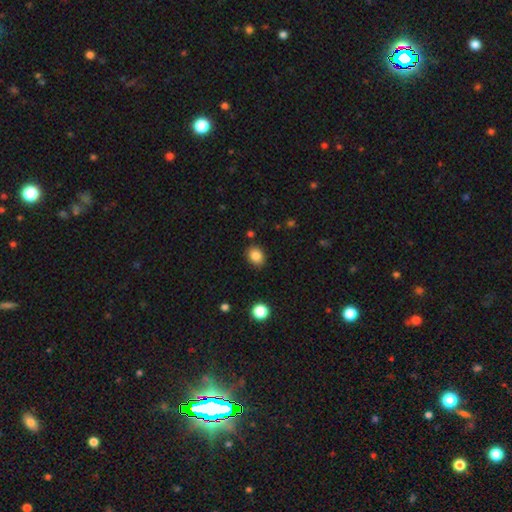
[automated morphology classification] Smooth or featured: smooth — 85% (star or artifact — 10%)
How rounded: in between — 52% (round — 47%)
Merging: none — 85% (minor disturbance — 10%)